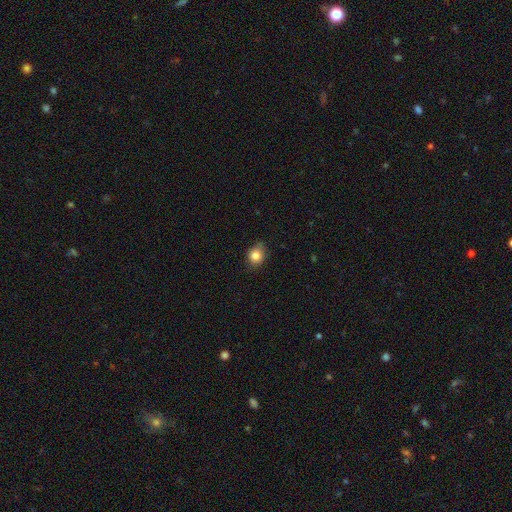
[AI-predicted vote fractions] smooth-or-featured: smooth: 83% | star or artifact: 10% | featured or disk: 7%
  how-rounded: round: 69% | in between: 30% | cigar-shaped: 1%
  merging: none: 69% | minor disturbance: 25% | major disturbance: 4% | merger: 1%